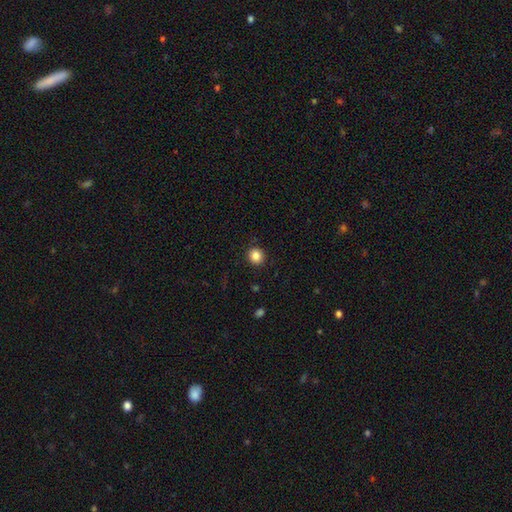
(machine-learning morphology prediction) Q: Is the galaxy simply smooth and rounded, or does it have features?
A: smooth — 86%.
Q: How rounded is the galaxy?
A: round — 86%.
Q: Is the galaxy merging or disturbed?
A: none — 90%.